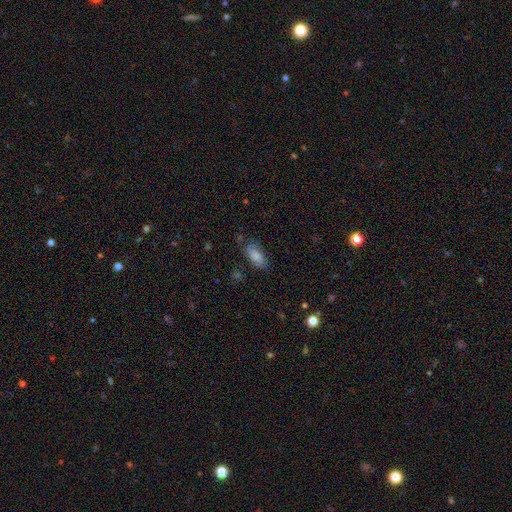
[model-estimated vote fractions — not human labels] Morphology: type=smooth (81%); roundness=in between (89%); merging=none (70%).